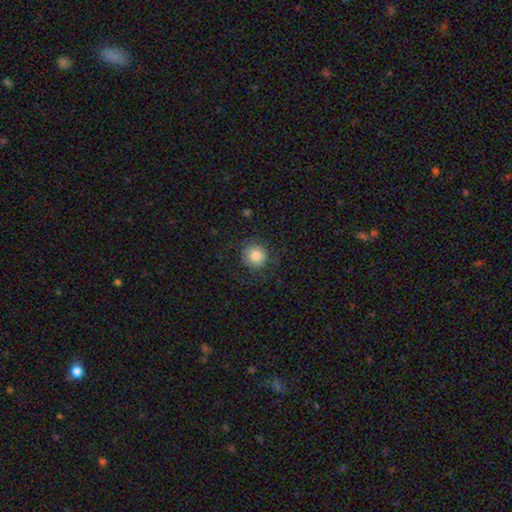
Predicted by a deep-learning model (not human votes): Smooth or featured? Predicted: smooth (p=0.80). How rounded? Predicted: round (p=0.93). Merging? Predicted: none (p=0.82).